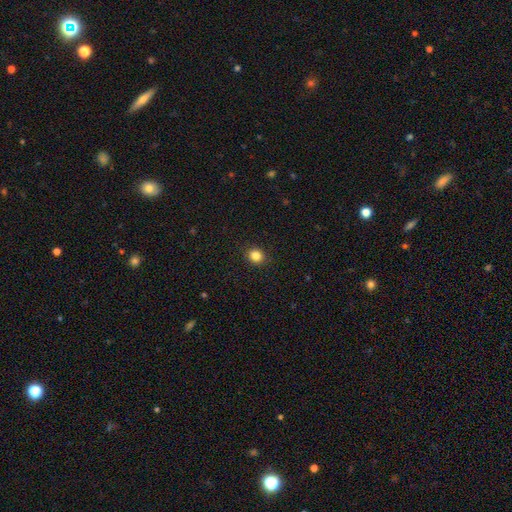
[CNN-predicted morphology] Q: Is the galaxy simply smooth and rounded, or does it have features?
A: smooth — 84%.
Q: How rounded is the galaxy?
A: round — 74%.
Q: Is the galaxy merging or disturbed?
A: none — 91%.